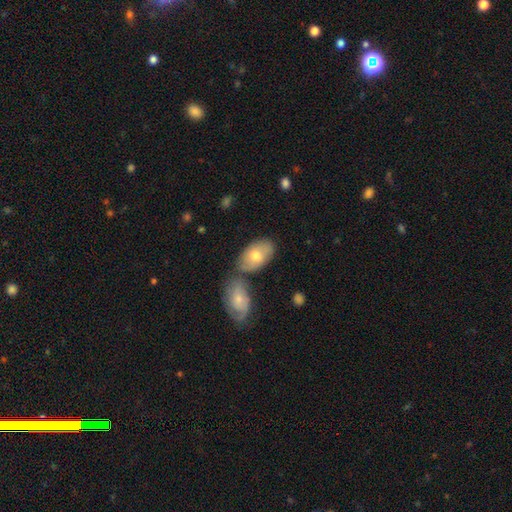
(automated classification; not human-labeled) Smooth or featured?
  - smooth: 68% *
  - featured or disk: 26%
  - star or artifact: 6%
How rounded?
  - in between: 93% *
  - round: 6%
  - cigar-shaped: 2%
Merging?
  - none: 54% *
  - merger: 28%
  - minor disturbance: 14%
  - major disturbance: 4%